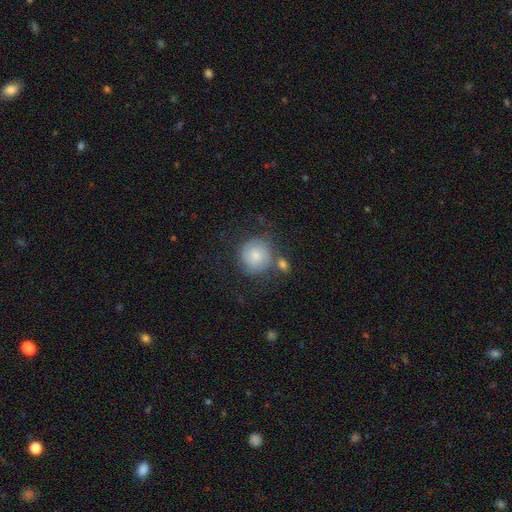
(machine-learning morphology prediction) type=smooth (69%); roundness=round (92%); merging=none (63%).